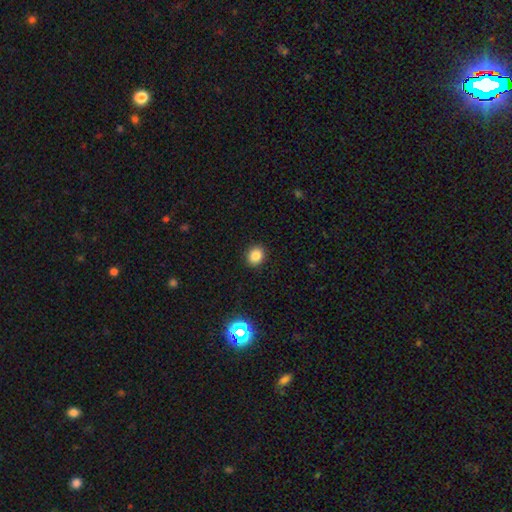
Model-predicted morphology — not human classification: smooth 83%, star or artifact 12%, featured or disk 5%. Down the decision tree: how rounded — round (68%); merging — none (91%).